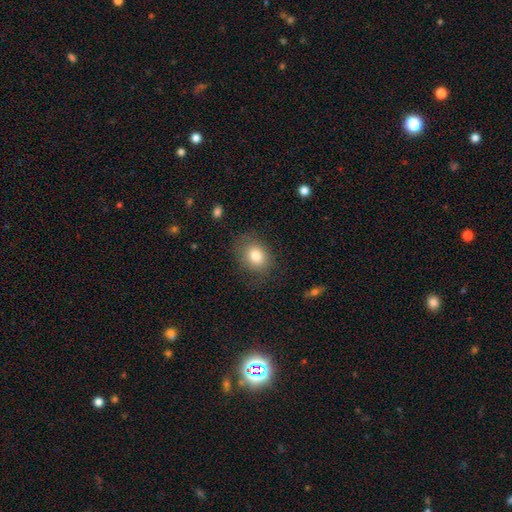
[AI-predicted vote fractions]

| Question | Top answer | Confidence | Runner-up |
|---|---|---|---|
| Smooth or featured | smooth | 79% | featured or disk (12%) |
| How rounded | in between | 59% | round (40%) |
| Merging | none | 71% | minor disturbance (19%) |